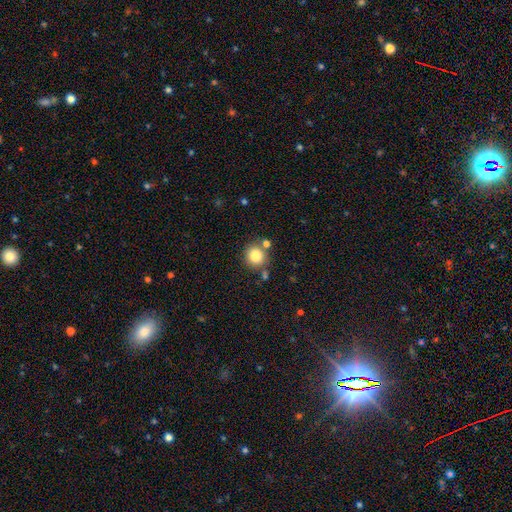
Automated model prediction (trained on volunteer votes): smooth-or-featured: smooth: 83% | star or artifact: 10% | featured or disk: 7%
  how-rounded: round: 91% | in between: 9% | cigar-shaped: 1%
  merging: none: 74% | merger: 13% | minor disturbance: 10% | major disturbance: 3%